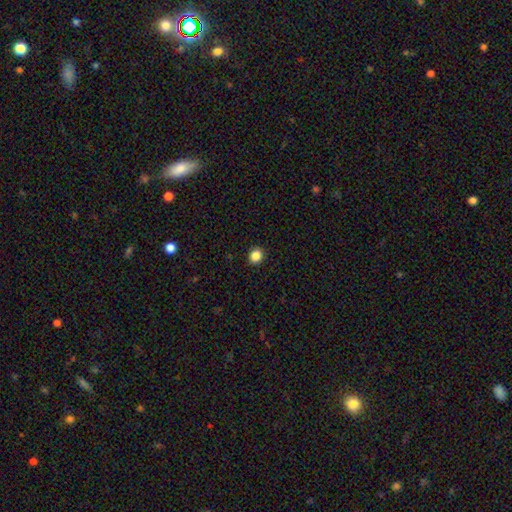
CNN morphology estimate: smooth-or-featured: smooth: 86% | star or artifact: 11% | featured or disk: 3%
  how-rounded: round: 81% | in between: 18% | cigar-shaped: 1%
  merging: none: 92% | minor disturbance: 5% | major disturbance: 2% | merger: 1%